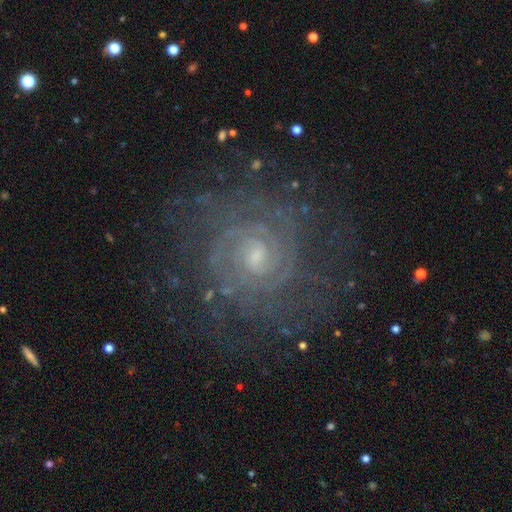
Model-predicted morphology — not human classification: This is clearly a featured or disk galaxy (85%). It is clearly not viewed edge-on (98%). Bar: possibly no (51%). Spiral arm pattern: clearly yes (96%). Spiral arm count: marginally can't tell (34%). Spiral winding: likely tight (75%). Central bulge: likely small (61%). Merging: likely none (78%).